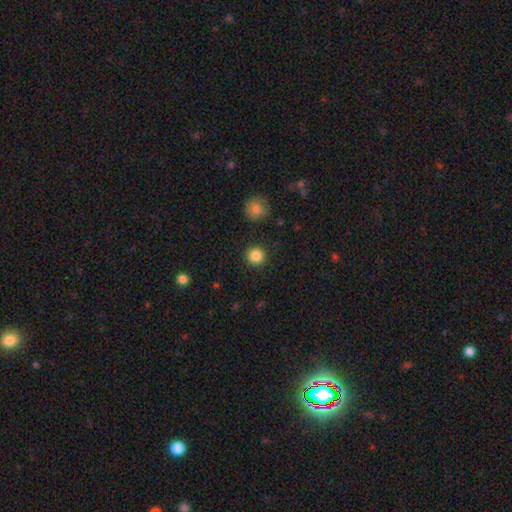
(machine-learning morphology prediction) smooth 85%, star or artifact 11%, featured or disk 4%. Down the decision tree: how rounded — round (94%); merging — none (92%).